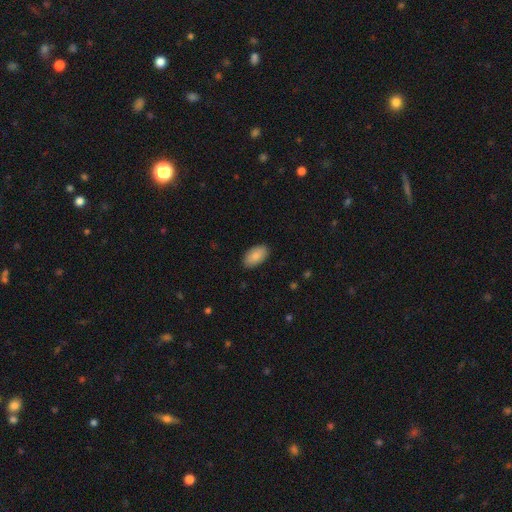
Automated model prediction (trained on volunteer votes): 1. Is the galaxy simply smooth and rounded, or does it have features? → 87% smooth, 6% featured or disk, 6% star or artifact.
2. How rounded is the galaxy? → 95% in between, 3% round, 2% cigar-shaped.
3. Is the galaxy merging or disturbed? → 88% none, 9% minor disturbance, 2% major disturbance, 1% merger.